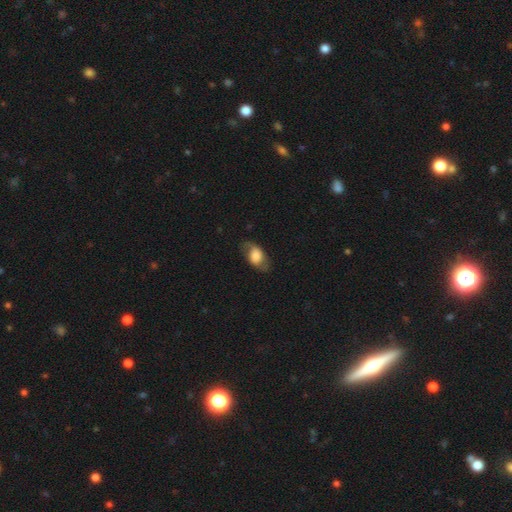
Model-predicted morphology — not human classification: smooth_or_featured: smooth (p=0.62) [alt: featured or disk p=0.31]
how_rounded: in between (p=0.86) [alt: round p=0.12]
merging: none (p=0.71) [alt: minor disturbance p=0.19]